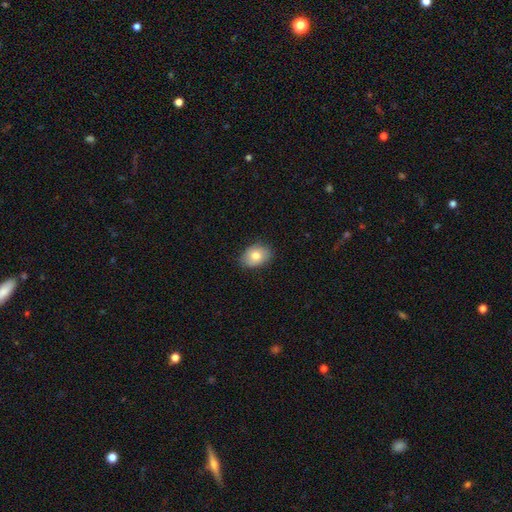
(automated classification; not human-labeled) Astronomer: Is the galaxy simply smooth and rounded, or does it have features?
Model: smooth — 78%.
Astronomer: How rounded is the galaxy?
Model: in between — 74%.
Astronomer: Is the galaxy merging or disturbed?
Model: none — 82%.